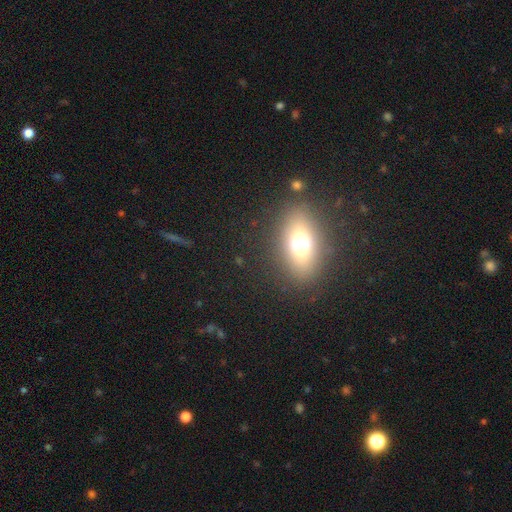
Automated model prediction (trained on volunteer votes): A smooth galaxy with no disk features (53%) that is in between round and cigar-shaped (71%).

Vote fractions:
- Smooth or featured? smooth: 53% / featured or disk: 31% / star or artifact: 17%
- How rounded? in between: 71% / cigar-shaped: 16% / round: 13%
- Merging? none: 86% / minor disturbance: 9% / major disturbance: 4% / merger: 2%